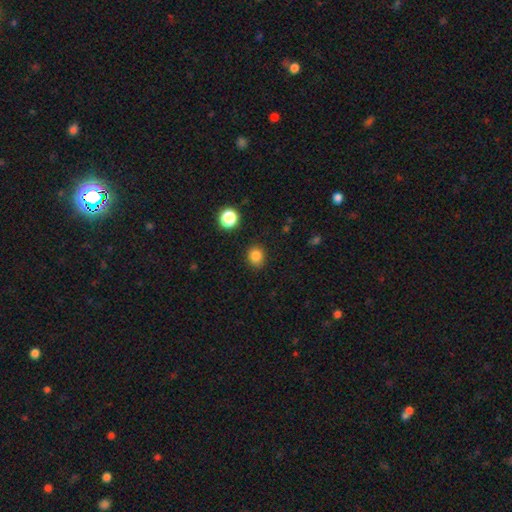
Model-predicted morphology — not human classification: A smooth galaxy with no disk features (84%) that is round (69%). Merging: none (87%).